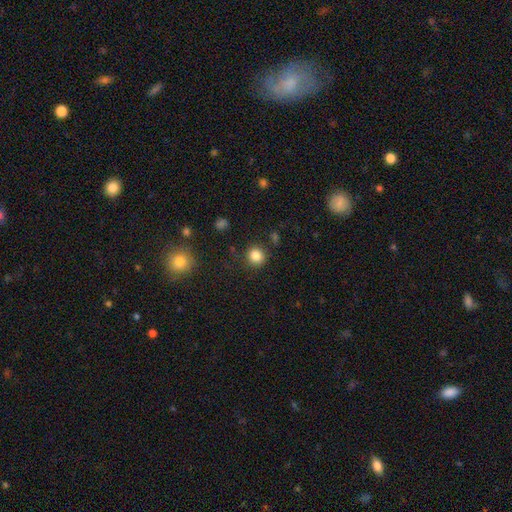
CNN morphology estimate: Smooth or featured? smooth (84%)
How rounded? round (86%)
Merging? none (86%)